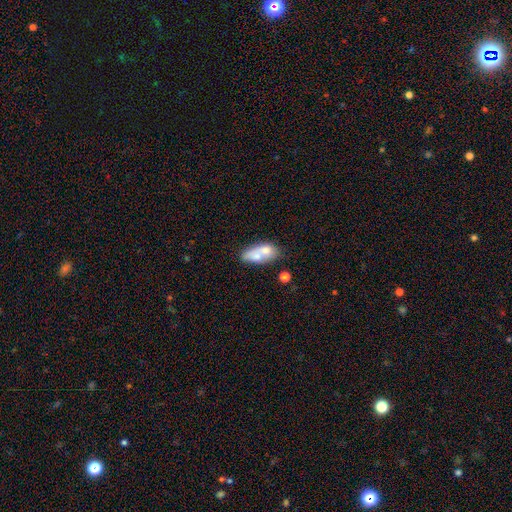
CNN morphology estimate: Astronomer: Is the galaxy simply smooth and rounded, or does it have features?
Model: smooth — 64%.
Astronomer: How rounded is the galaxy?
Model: in between — 80%.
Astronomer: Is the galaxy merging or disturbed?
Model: merger — 49% (runner-up: none, 29%).